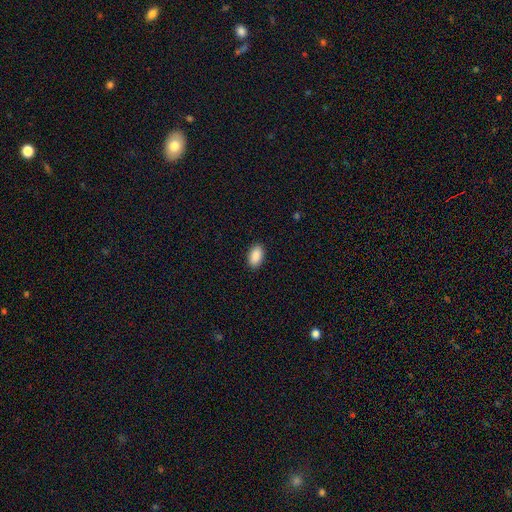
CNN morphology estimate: smooth_or_featured: smooth (p=0.90) [alt: star or artifact p=0.07]
how_rounded: in between (p=0.94) [alt: round p=0.04]
merging: none (p=0.90) [alt: minor disturbance p=0.07]